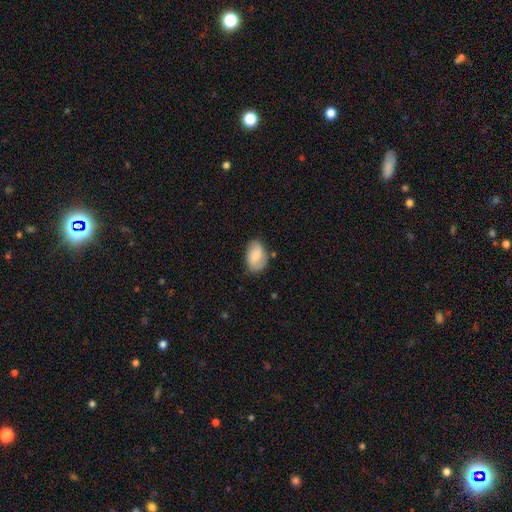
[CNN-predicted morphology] Q: Smooth or featured?
A: smooth (71%); runner-up: featured or disk (22%)
Q: How rounded?
A: in between (87%); runner-up: round (12%)
Q: Merging?
A: none (72%); runner-up: minor disturbance (20%)